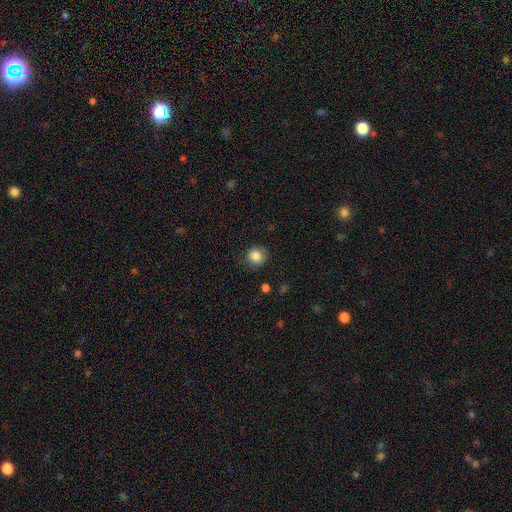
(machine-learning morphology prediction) type=smooth (85%); roundness=round (91%); merging=none (85%).